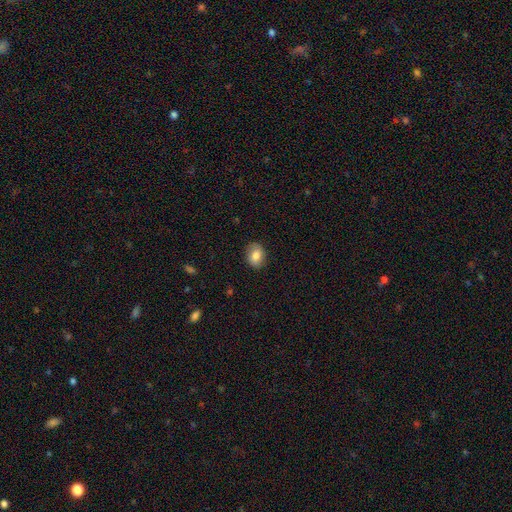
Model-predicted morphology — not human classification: This appears to be a smooth galaxy with no disk features (80%) that is in between round and cigar-shaped (63%). Merging: none (84%).